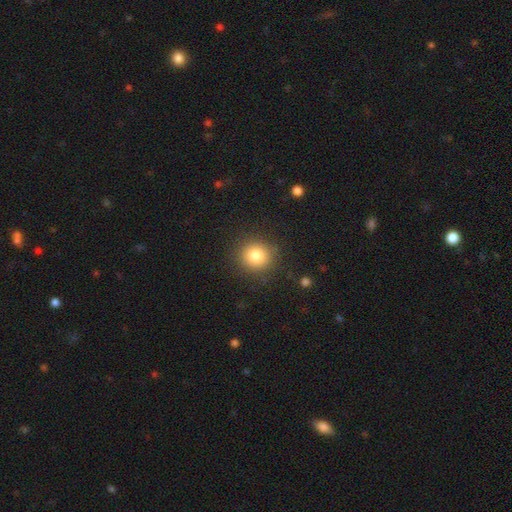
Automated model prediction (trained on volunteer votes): The model was most divided on "smooth or featured": smooth: 83%, star or artifact: 11%, featured or disk: 7%. More confident: how rounded — round (89%); merging — none (88%).